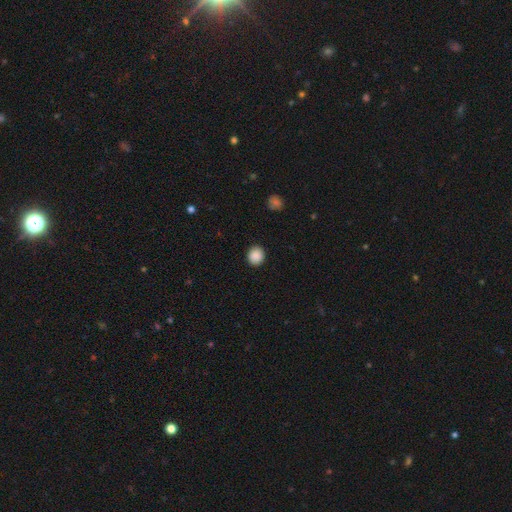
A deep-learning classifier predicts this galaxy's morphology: smooth-or-featured: smooth: 89% | star or artifact: 8% | featured or disk: 3%
  how-rounded: round: 84% | in between: 15% | cigar-shaped: 1%
  merging: none: 91% | minor disturbance: 6% | major disturbance: 2% | merger: 1%